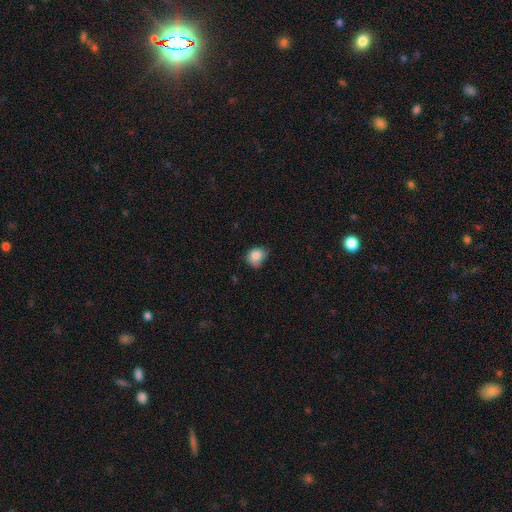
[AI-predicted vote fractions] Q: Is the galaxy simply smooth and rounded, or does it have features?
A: smooth — 86%.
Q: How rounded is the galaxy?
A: round — 61%.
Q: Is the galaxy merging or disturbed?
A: none — 59%.